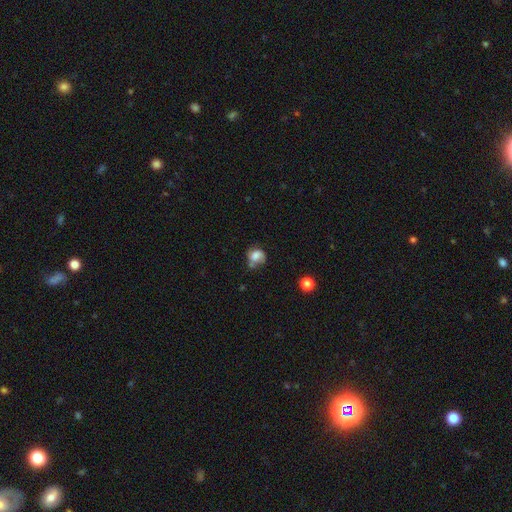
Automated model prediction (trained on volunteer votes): Overall: smooth (65%). How rounded: round (61%; in between 38%). Merging: none (41%; minor disturbance 29%).